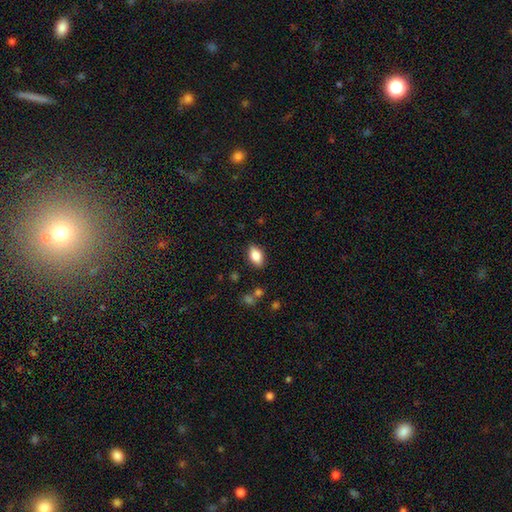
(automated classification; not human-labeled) smooth 82%, featured or disk 11%, star or artifact 8%. Down the decision tree: how rounded — in between (90%); merging — none (86%).